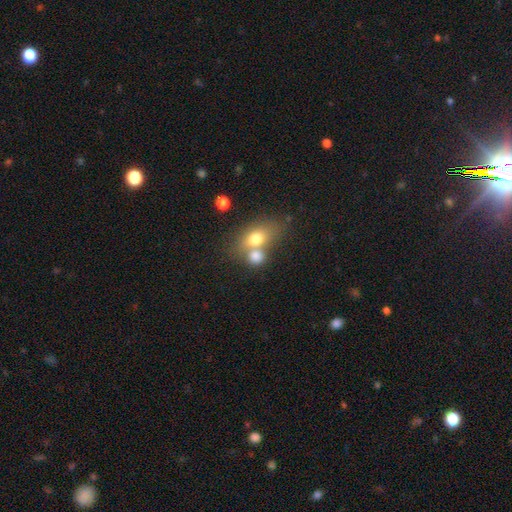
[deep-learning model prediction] Overall: smooth (73%). How rounded: in between (58%; round 40%). Merging: merger (52%; none 33%).